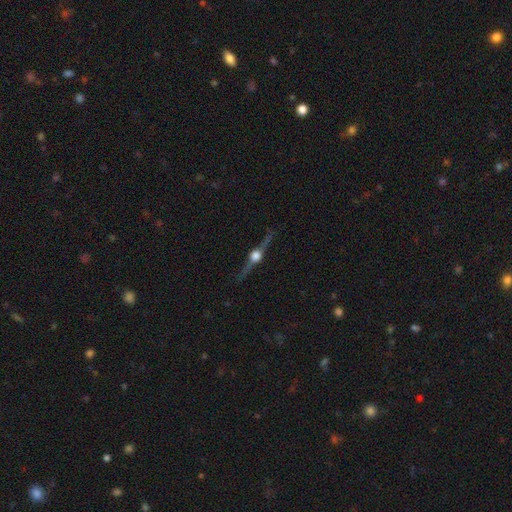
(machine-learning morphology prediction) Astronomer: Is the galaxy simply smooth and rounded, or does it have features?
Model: featured or disk — 88%.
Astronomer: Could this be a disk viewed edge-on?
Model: yes — 98%.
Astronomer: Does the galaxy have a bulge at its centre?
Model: rounded — 96%.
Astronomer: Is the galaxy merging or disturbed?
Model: none — 90%.